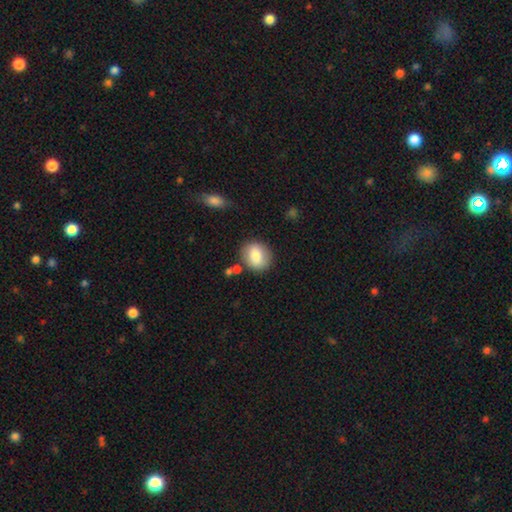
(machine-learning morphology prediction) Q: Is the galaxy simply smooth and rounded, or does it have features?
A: smooth — 80%.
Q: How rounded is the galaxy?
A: round — 62%.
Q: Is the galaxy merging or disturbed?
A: none — 78%.